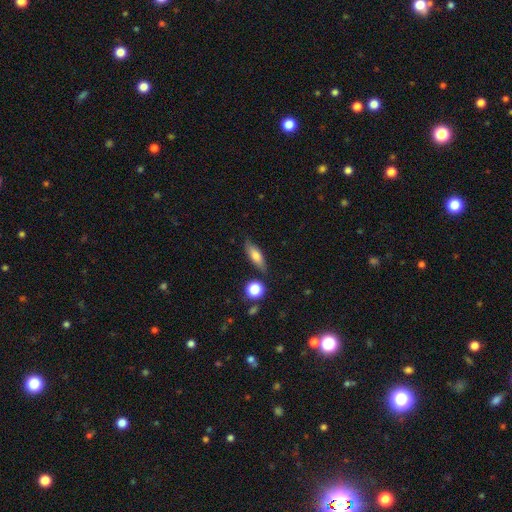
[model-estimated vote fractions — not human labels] A smooth galaxy with no disk features (70%) that is in between round and cigar-shaped (55%). Merging: none (80%).